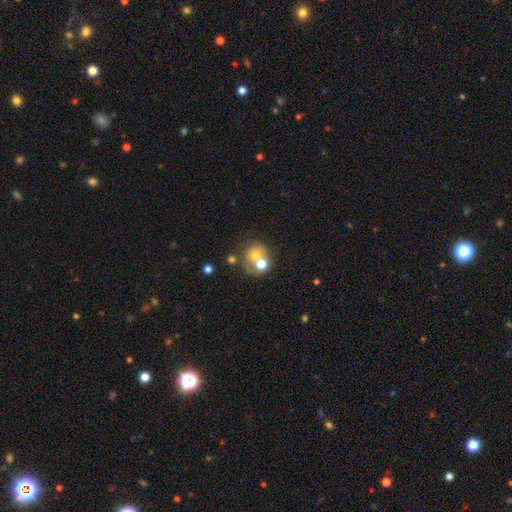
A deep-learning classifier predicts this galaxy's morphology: Smooth or featured? smooth (62%)
How rounded? round (76%)
Merging? merger (50%)